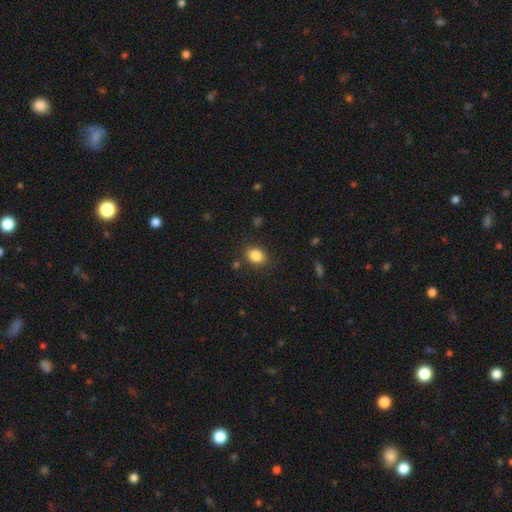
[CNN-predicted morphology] This is clearly a smooth galaxy (86%). How rounded: possibly in between (53%). Merging: clearly none (85%).